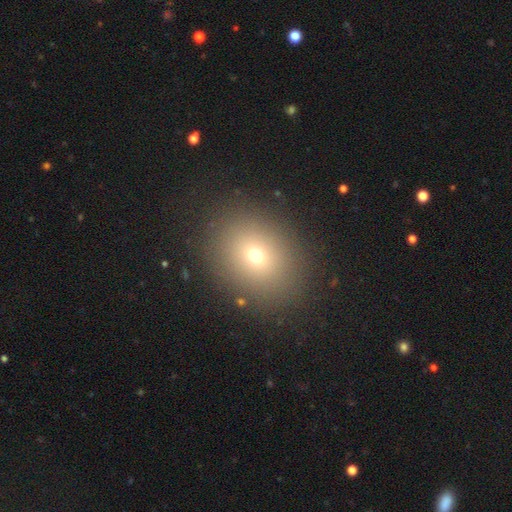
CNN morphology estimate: This is likely a smooth galaxy (67%). How rounded: possibly round (56%). Merging: clearly none (87%).